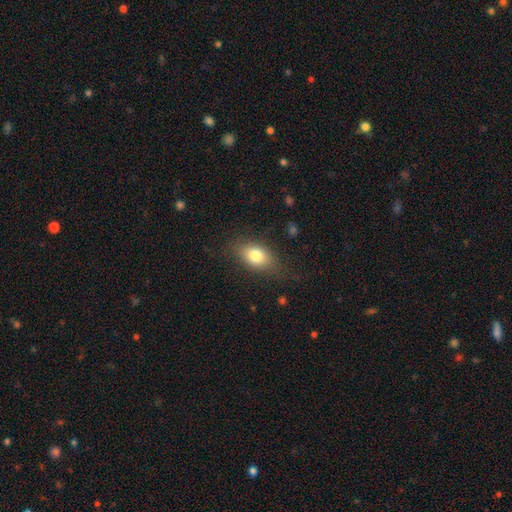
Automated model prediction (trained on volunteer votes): Smooth or featured? smooth (79%)
How rounded? in between (81%)
Merging? none (76%)